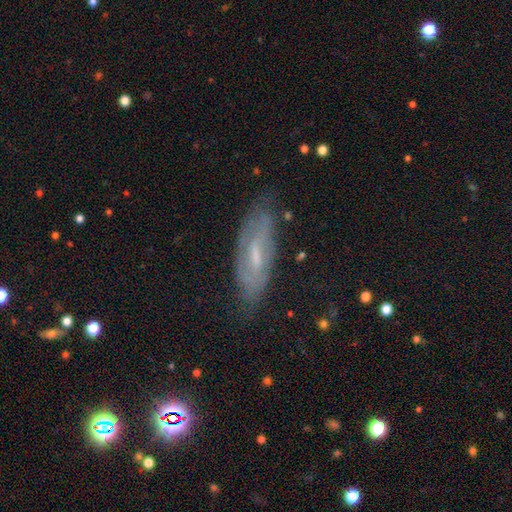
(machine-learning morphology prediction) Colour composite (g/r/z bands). It shows a featured or disk galaxy (65%) with a weak bar (53%), spiral arms (76%) and a small central bulge (49%). Merging: none (74%).